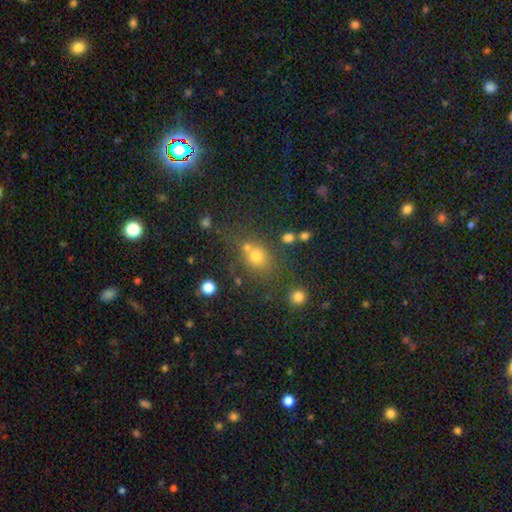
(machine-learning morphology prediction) Smooth or featured? Predicted: smooth (p=0.68). How rounded? Predicted: round (p=0.71). Merging? Predicted: none (p=0.56).